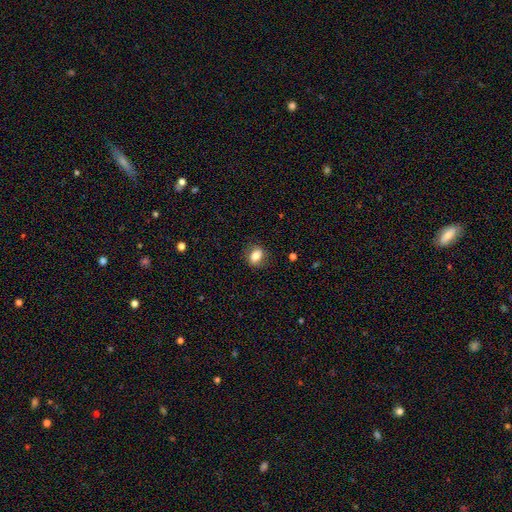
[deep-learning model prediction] A smooth galaxy with no disk features (76%) that is in between round and cigar-shaped (65%). Merging: none (79%).